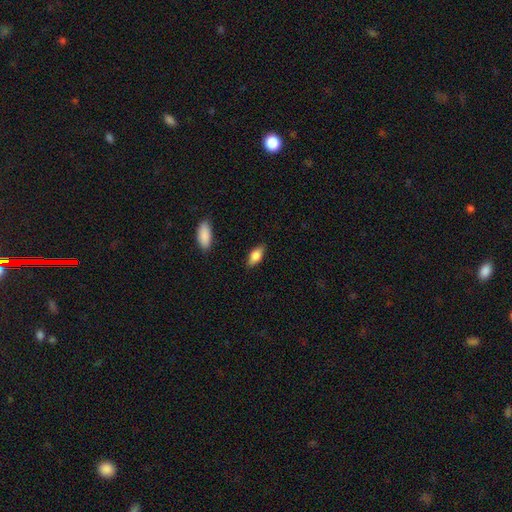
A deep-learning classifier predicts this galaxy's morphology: This is likely a smooth galaxy (78%). How rounded: clearly in between (84%). Merging: clearly none (84%).